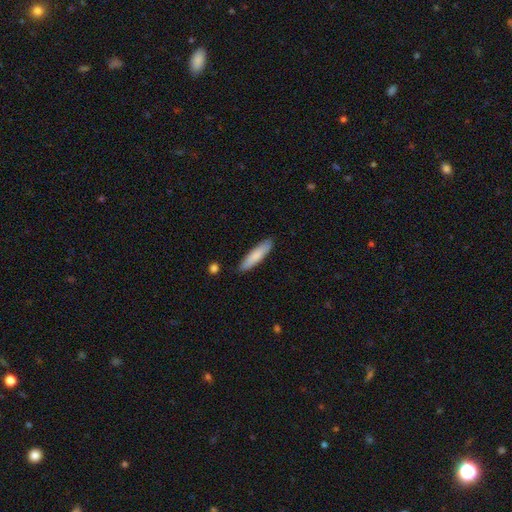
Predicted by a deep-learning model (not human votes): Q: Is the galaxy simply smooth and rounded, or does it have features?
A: smooth — 82%.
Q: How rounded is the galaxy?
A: cigar-shaped — 76%.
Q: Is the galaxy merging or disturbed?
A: none — 87%.